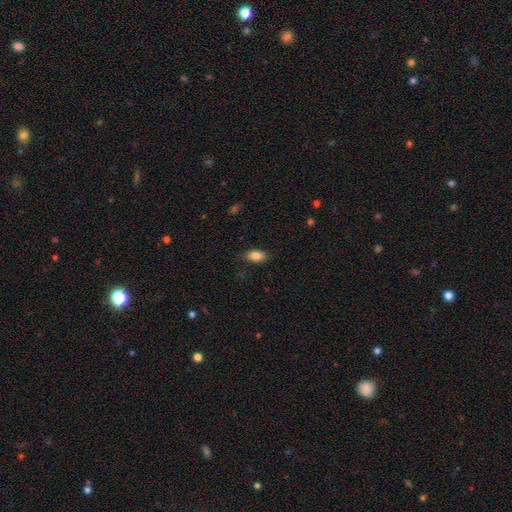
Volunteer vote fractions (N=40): Overall: smooth (82%). How rounded: in between (94%). Merging: none (97%).